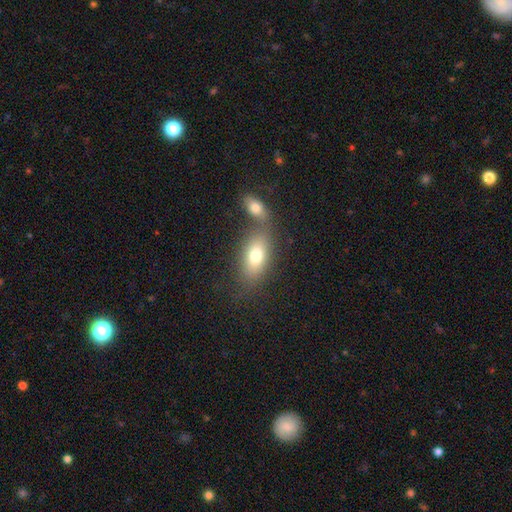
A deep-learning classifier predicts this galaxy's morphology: Overall: smooth (74%). How rounded: in between (87%). Merging: none (51%; merger 33%).